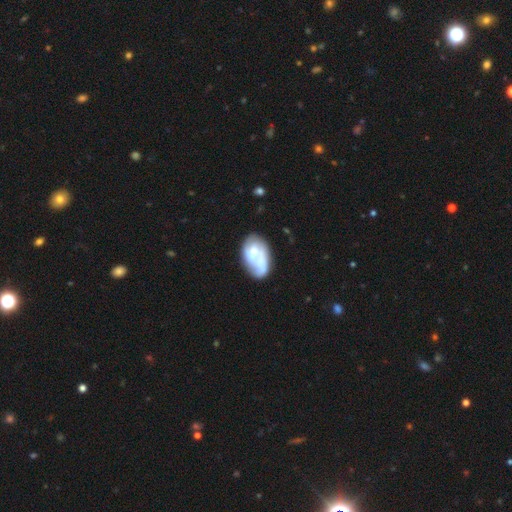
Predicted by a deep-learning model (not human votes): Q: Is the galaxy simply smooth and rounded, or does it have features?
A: featured or disk — 47%.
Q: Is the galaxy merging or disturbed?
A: none — 29%, tied with merger.